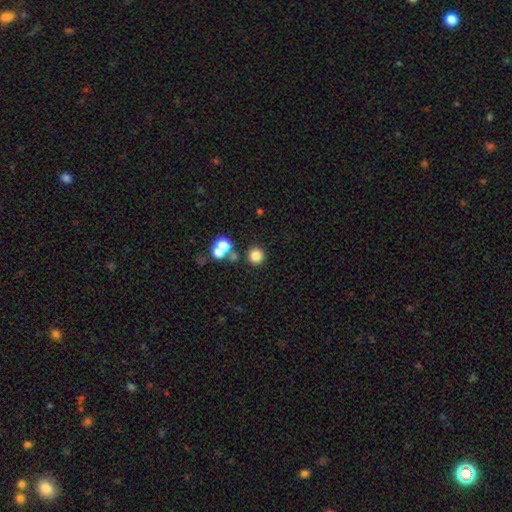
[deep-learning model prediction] Overall: smooth (80%). How rounded: round (94%). Merging: none (80%).